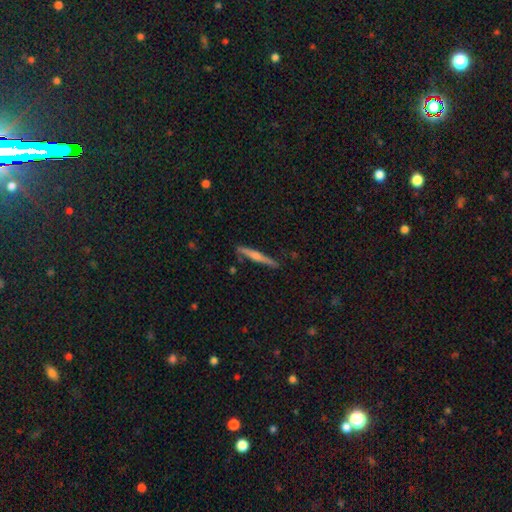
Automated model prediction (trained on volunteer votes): smooth-or-featured: featured or disk: 62% | smooth: 32% | star or artifact: 6%
  disk-edge-on: yes: 97% | no: 3%
    edge-on-bulge: rounded: 71% | none: 18% | boxy: 11%
  merging: none: 86% | minor disturbance: 10% | merger: 2% | major disturbance: 2%